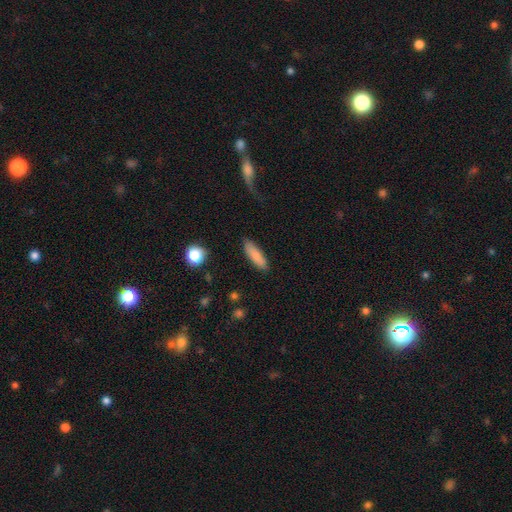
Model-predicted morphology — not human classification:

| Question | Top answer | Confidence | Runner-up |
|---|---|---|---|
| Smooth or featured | smooth | 83% | featured or disk (10%) |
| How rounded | cigar-shaped | 60% | in between (38%) |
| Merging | none | 87% | minor disturbance (10%) |